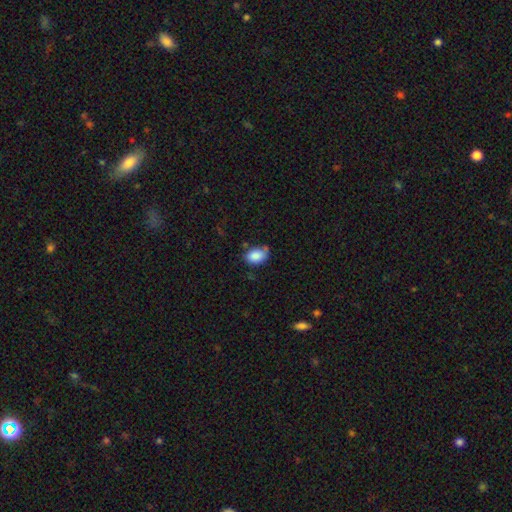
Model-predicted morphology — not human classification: Smooth or featured? smooth (86%)
How rounded? in between (83%)
Merging? none (58%)